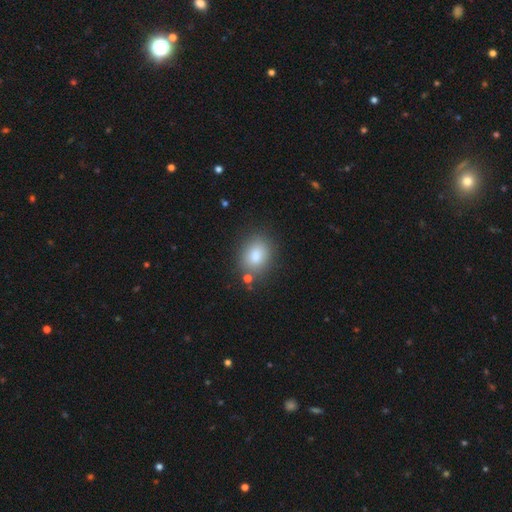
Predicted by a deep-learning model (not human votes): A smooth galaxy with no disk features (82%) that is in between round and cigar-shaped (58%). Merging: none (78%).